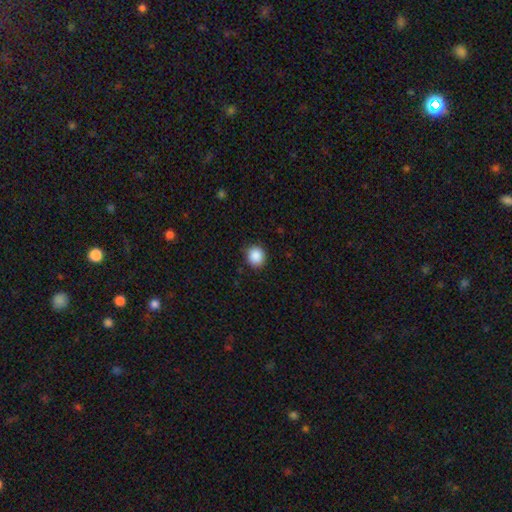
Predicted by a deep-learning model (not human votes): A smooth galaxy with no disk features (88%) that is round (81%).

Vote fractions:
- Smooth or featured? smooth: 88% / star or artifact: 9% / featured or disk: 3%
- How rounded? round: 81% / in between: 18% / cigar-shaped: 1%
- Merging? none: 88% / minor disturbance: 9% / major disturbance: 2% / merger: 1%